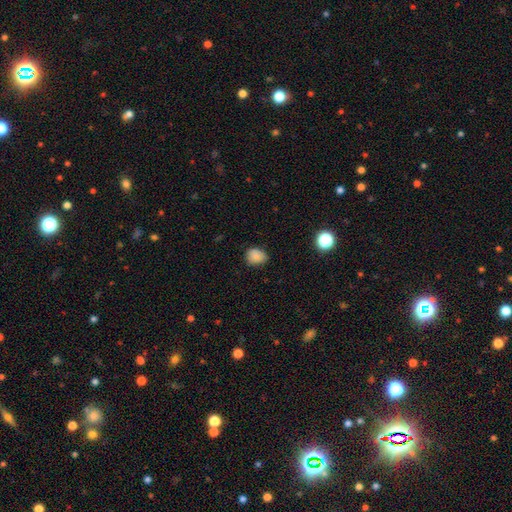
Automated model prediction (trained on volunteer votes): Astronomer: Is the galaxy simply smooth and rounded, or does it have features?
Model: smooth — 84%.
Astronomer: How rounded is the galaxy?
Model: round — 53% (runner-up: in between, 46%).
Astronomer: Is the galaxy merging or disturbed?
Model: none — 73%.